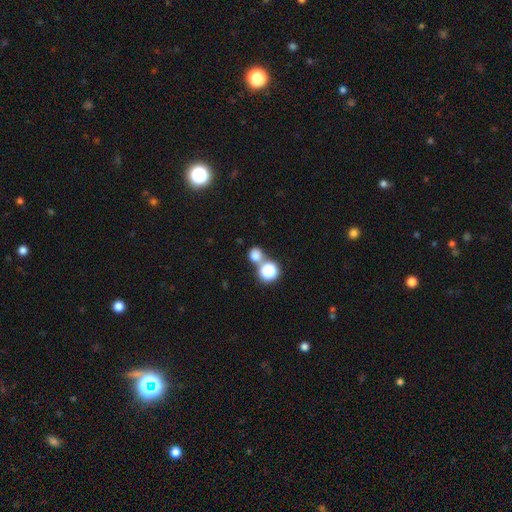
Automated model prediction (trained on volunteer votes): Smooth or featured? smooth (74%)
How rounded? round (82%)
Merging? none (56%)